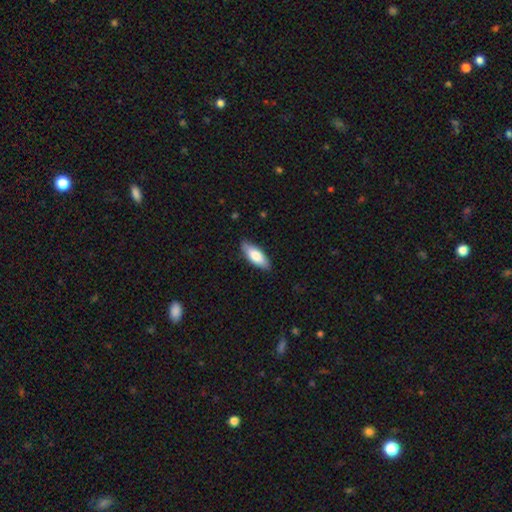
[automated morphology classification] The model was most divided on "how rounded": in between: 73%, cigar-shaped: 26%, round: 2%. More confident: merging — none (86%); smooth or featured — smooth (79%).